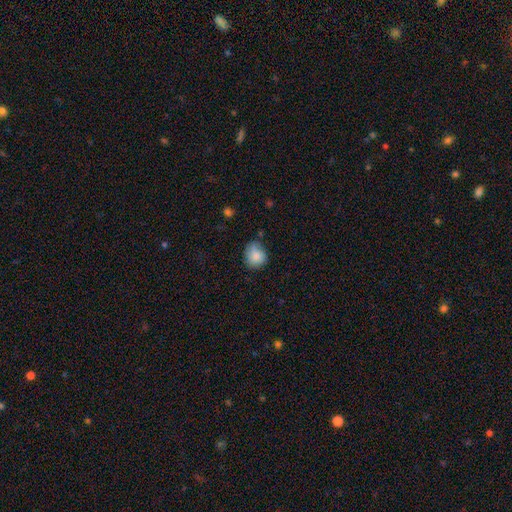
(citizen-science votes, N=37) Smooth or featured: smooth — 84% (featured or disk — 14%)
How rounded: round — 61% (in between — 39%)
Merging: minor disturbance — 50% (none — 33%)